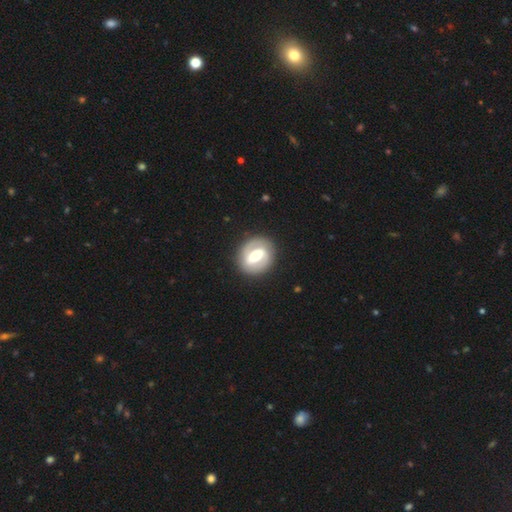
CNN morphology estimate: Overall: featured or disk (70%). Edge-on disk: no (95%). Bar: strong (58%; weak 31%). Spiral arms: yes (64%; no 36%). Bulge size: moderate (63%; large 23%). Merging: none (86%).